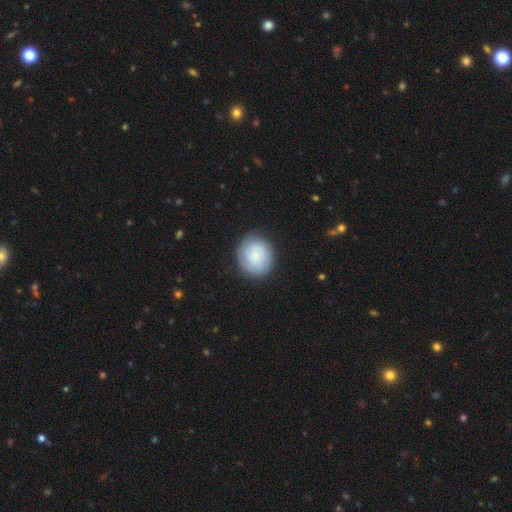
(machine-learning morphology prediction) smooth-or-featured: smooth: 64% | featured or disk: 29% | star or artifact: 7%
  how-rounded: round: 75% | in between: 25% | cigar-shaped: 1%
  merging: none: 80% | minor disturbance: 14% | major disturbance: 5% | merger: 1%